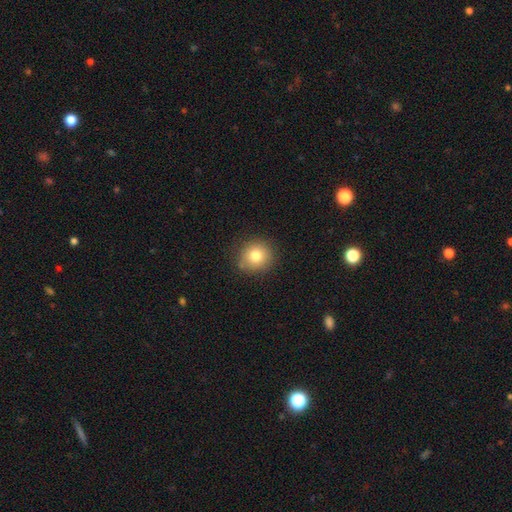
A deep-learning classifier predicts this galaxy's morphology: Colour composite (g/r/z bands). It shows a smooth galaxy with no disk features (79%) that is round (88%). Merging: none (83%).